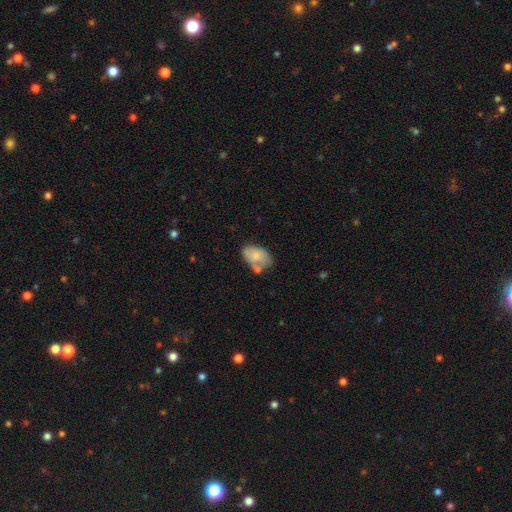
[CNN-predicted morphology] A smooth galaxy with no disk features (72%) that is in between round and cigar-shaped (90%).

Vote fractions:
- Smooth or featured? smooth: 72% / featured or disk: 21% / star or artifact: 7%
- How rounded? in between: 90% / round: 9% / cigar-shaped: 1%
- Merging? none: 45% / minor disturbance: 26% / merger: 20% / major disturbance: 9%